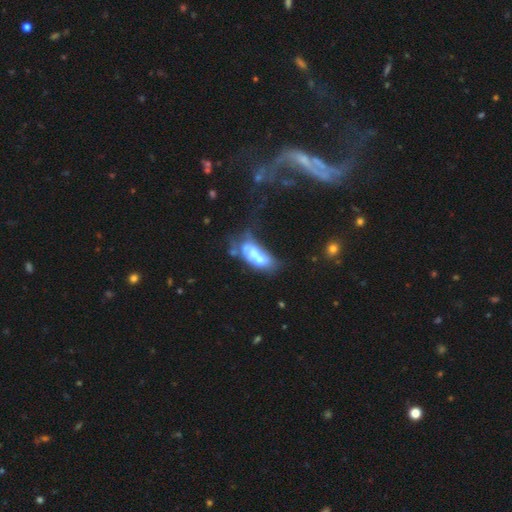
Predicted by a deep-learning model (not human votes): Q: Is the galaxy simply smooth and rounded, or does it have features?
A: featured or disk — 46%.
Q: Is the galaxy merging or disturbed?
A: merger — 42%.